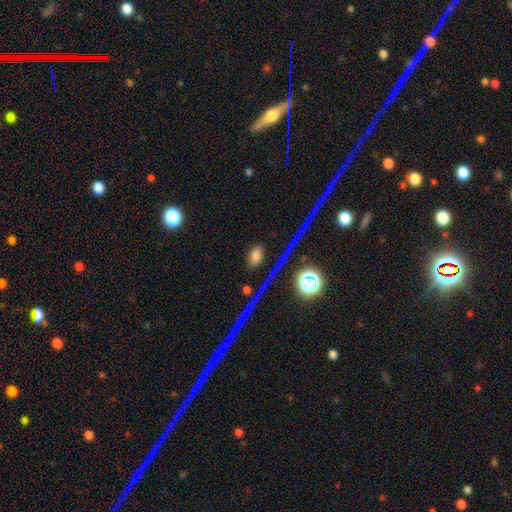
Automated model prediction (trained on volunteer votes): This is likely a smooth galaxy (67%). How rounded: likely in between (76%). Merging: clearly none (81%).